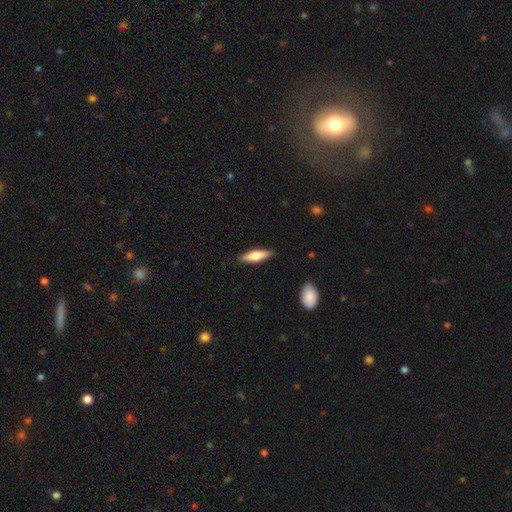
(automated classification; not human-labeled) smooth-or-featured: smooth: 51% | featured or disk: 43% | star or artifact: 6%
  how-rounded: cigar-shaped: 63% | in between: 35% | round: 2%
  merging: none: 88% | minor disturbance: 9% | major disturbance: 2% | merger: 1%